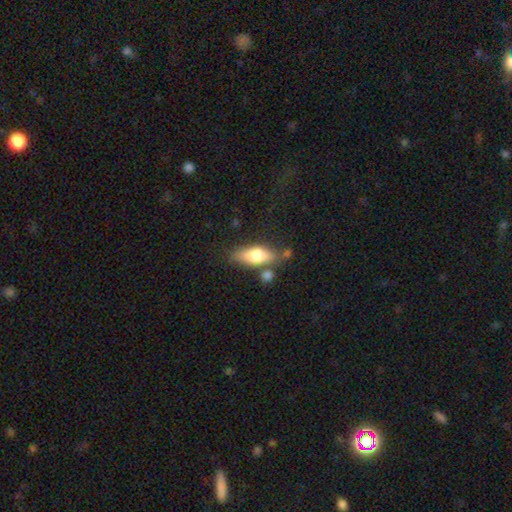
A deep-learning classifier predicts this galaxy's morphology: Smooth or featured?
  - smooth: 71% *
  - featured or disk: 22%
  - star or artifact: 6%
How rounded?
  - in between: 72% *
  - cigar-shaped: 24%
  - round: 4%
Merging?
  - none: 67% *
  - minor disturbance: 17%
  - merger: 11%
  - major disturbance: 5%